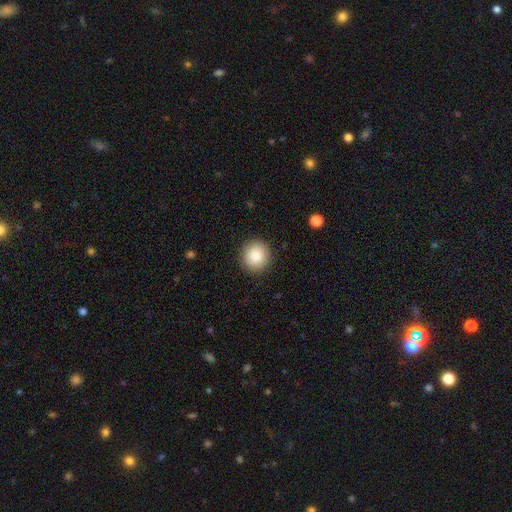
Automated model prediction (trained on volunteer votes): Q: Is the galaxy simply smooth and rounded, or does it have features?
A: smooth — 85%.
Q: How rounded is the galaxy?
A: round — 91%.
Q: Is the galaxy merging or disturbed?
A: none — 91%.